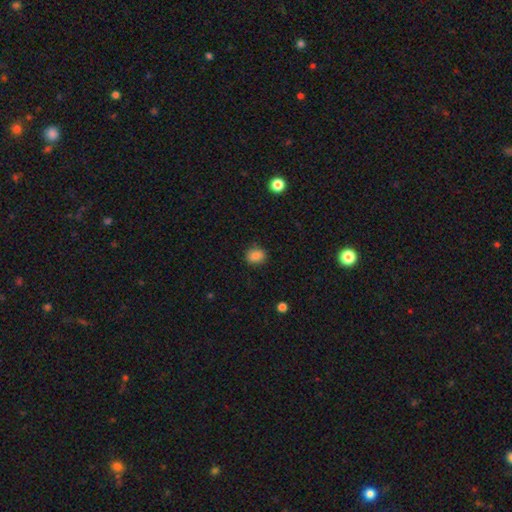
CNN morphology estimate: A smooth galaxy with no disk features (85%) that is round (52%). Merging: none (86%).